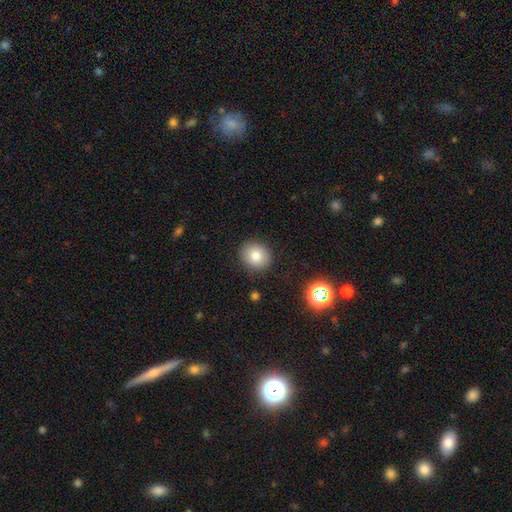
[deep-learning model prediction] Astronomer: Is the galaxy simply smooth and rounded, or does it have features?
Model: smooth — 80%.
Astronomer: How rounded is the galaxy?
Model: round — 82%.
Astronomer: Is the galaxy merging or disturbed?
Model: none — 89%.